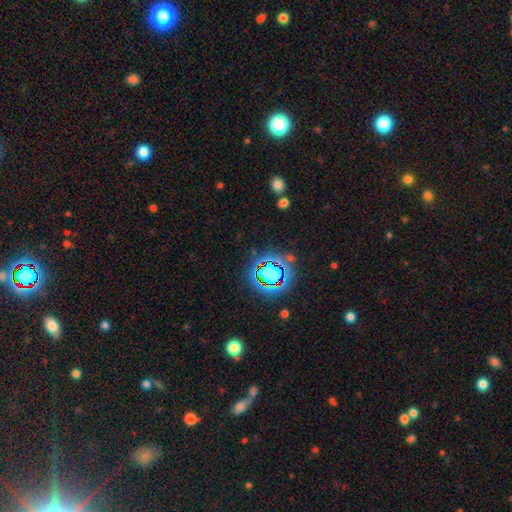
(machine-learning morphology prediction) smooth_or_featured: star or artifact (p=0.81) [alt: smooth p=0.12]